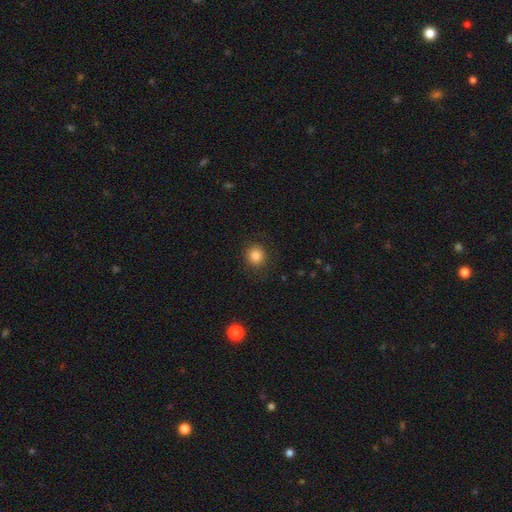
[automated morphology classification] Smooth or featured: smooth — 84% (star or artifact — 11%)
How rounded: round — 91% (in between — 8%)
Merging: none — 89% (minor disturbance — 7%)